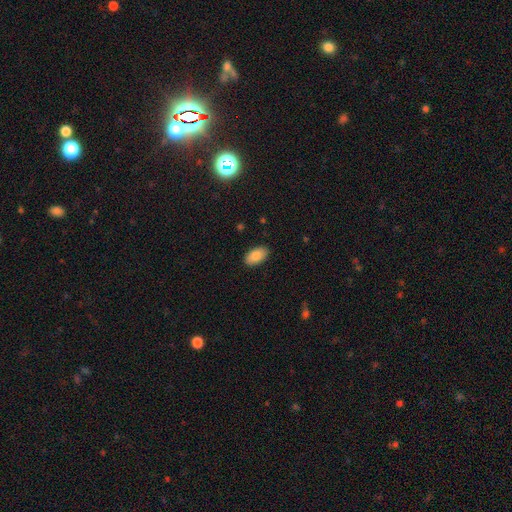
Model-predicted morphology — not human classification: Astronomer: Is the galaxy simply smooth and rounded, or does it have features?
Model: smooth — 86%.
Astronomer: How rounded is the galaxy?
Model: in between — 95%.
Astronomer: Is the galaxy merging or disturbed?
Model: none — 88%.